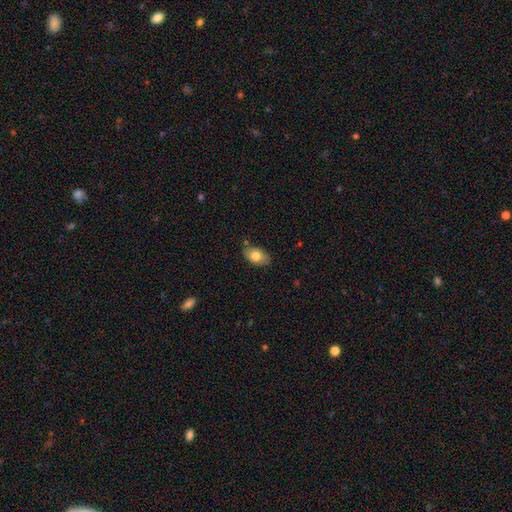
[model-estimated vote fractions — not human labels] Overall: smooth (77%). How rounded: in between (89%). Merging: none (79%).